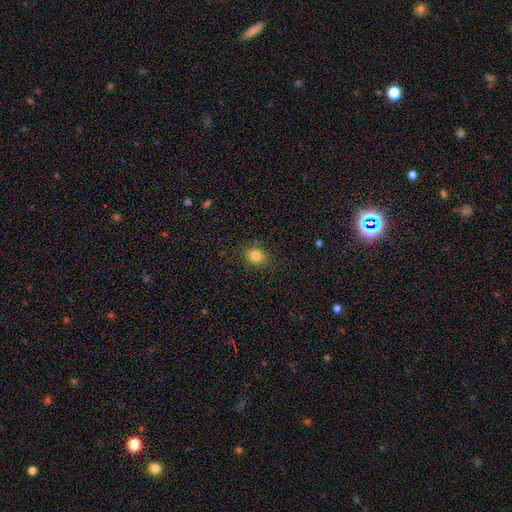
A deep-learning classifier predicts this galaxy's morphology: This is clearly a smooth galaxy (82%). How rounded: likely round (64%). Merging: clearly none (85%).